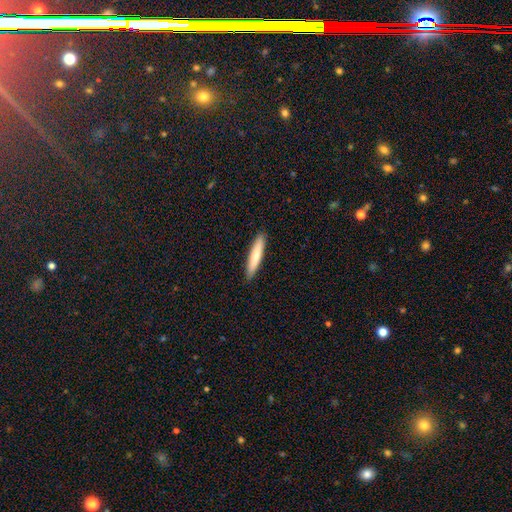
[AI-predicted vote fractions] The model was most divided on "smooth or featured": smooth: 77%, featured or disk: 18%, star or artifact: 5%. More confident: how rounded — cigar-shaped (91%); merging — none (91%).